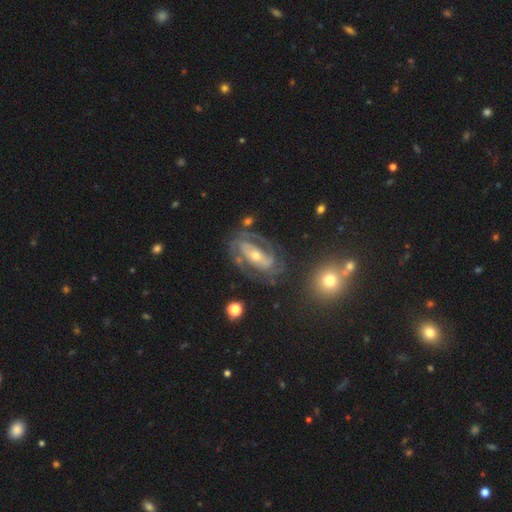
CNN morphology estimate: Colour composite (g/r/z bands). It shows a featured or disk galaxy (84%) with a strong bar (39%), 2 (64%) tight (52%) spiral arms (88%) and a small central bulge (51%). Merging: none (67%).